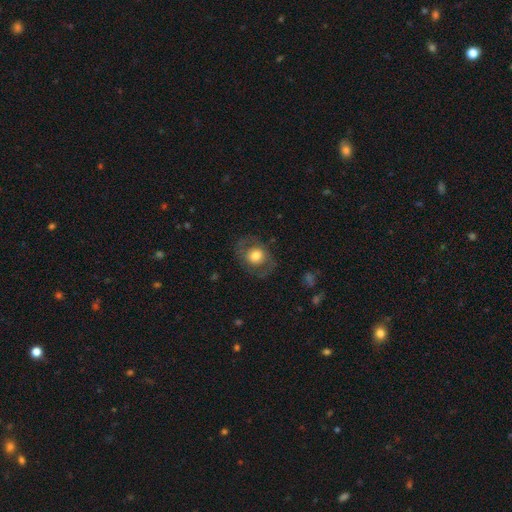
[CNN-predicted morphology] Smooth or featured: smooth — 57% (featured or disk — 35%)
How rounded: round — 64% (in between — 35%)
Merging: none — 74% (minor disturbance — 14%)